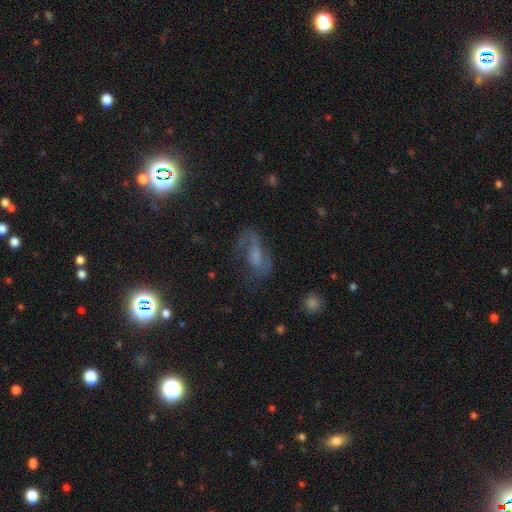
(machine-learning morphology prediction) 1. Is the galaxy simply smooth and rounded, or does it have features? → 57% featured or disk, 26% smooth, 17% star or artifact.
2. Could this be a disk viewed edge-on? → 93% no, 7% yes.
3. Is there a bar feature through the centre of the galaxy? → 46% no, 39% weak, 15% strong.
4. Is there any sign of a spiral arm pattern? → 79% yes, 21% no.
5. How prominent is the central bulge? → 34% moderate, 27% small, 25% none, 12% large, 2% dominant.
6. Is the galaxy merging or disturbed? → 50% none, 27% major disturbance, 20% minor disturbance, 3% merger.